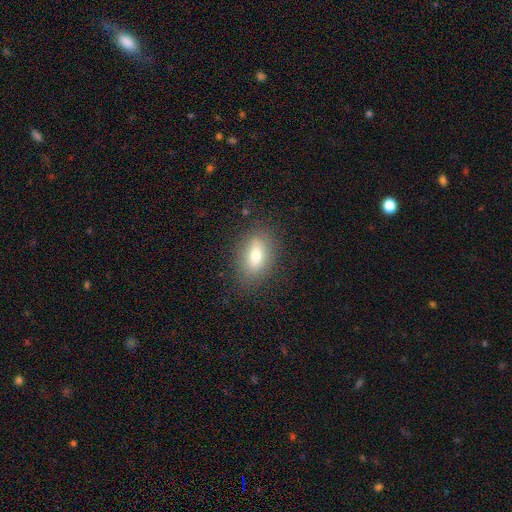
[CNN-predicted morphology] This appears to be a smooth galaxy with no disk features (74%) that is in between round and cigar-shaped (82%). Merging: none (82%).